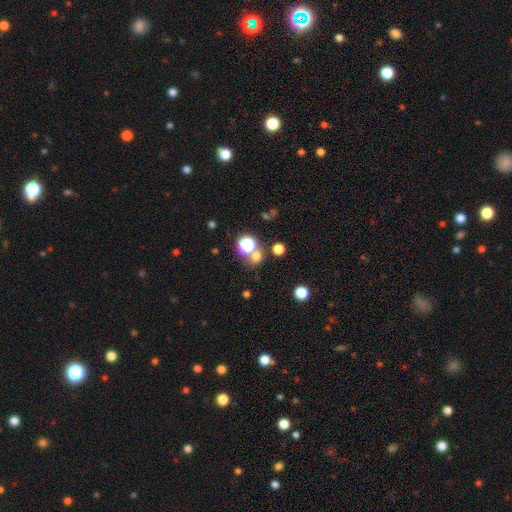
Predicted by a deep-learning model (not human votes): A smooth galaxy with no disk features (62%) that is round (78%).

Vote fractions:
- Smooth or featured? smooth: 62% / star or artifact: 29% / featured or disk: 9%
- How rounded? round: 78% / in between: 21% / cigar-shaped: 1%
- Merging? none: 64% / merger: 23% / minor disturbance: 8% / major disturbance: 5%